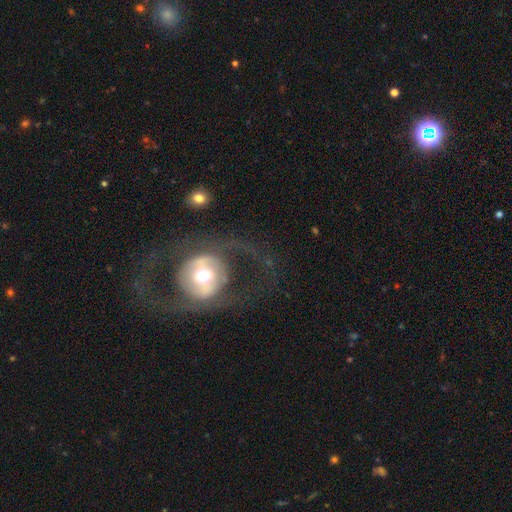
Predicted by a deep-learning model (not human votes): smooth_or_featured: featured or disk (p=0.78) [alt: smooth p=0.14]
disk_edge_on: no (p=0.95) [alt: yes p=0.05]
bar: no (p=0.58) [alt: weak p=0.25]
has_spiral_arms: yes (p=0.72) [alt: no p=0.28]
spiral_winding: medium (p=0.49) [alt: loose p=0.33]
spiral_arm_count: 2 (p=0.89) [alt: can't tell p=0.05]
bulge_size: moderate (p=0.55) [alt: large p=0.20]
merging: none (p=0.73) [alt: major disturbance p=0.15]